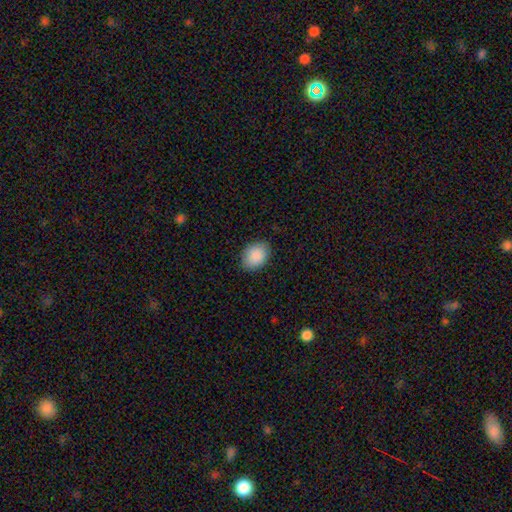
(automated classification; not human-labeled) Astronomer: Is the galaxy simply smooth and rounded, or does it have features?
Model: smooth — 90%.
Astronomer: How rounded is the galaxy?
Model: in between — 73%.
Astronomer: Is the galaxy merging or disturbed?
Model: none — 85%.